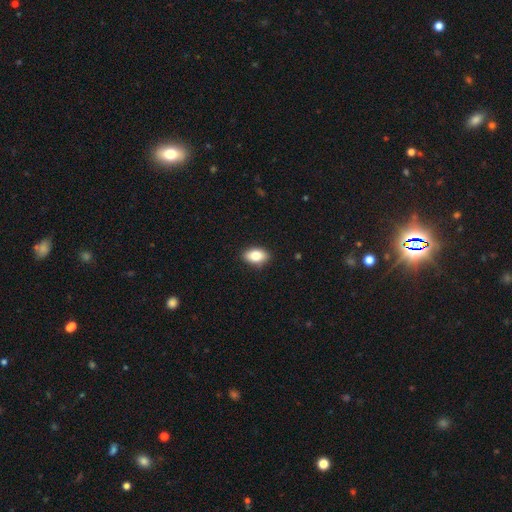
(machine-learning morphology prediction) Smooth or featured?
  - smooth: 82% *
  - featured or disk: 10%
  - star or artifact: 8%
How rounded?
  - in between: 88% *
  - round: 10%
  - cigar-shaped: 2%
Merging?
  - none: 88% *
  - minor disturbance: 9%
  - major disturbance: 2%
  - merger: 1%